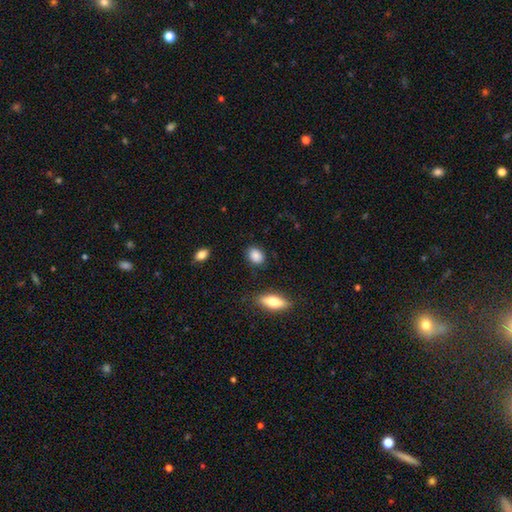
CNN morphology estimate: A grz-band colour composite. It shows a smooth galaxy with no disk features (88%) that is in between round and cigar-shaped (68%). Merging: none (84%).